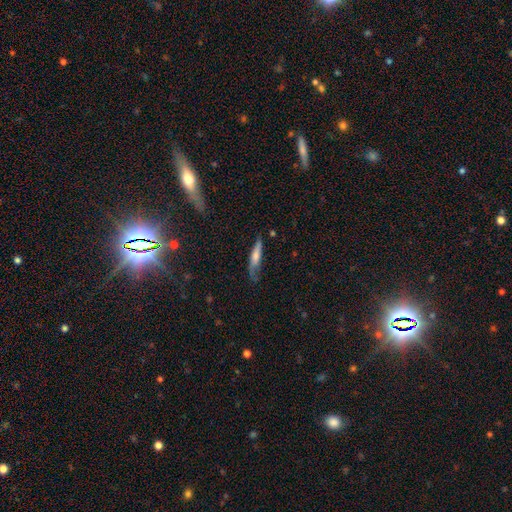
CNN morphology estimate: This appears to be a featured or disk galaxy (46%). Merging: none (61%).